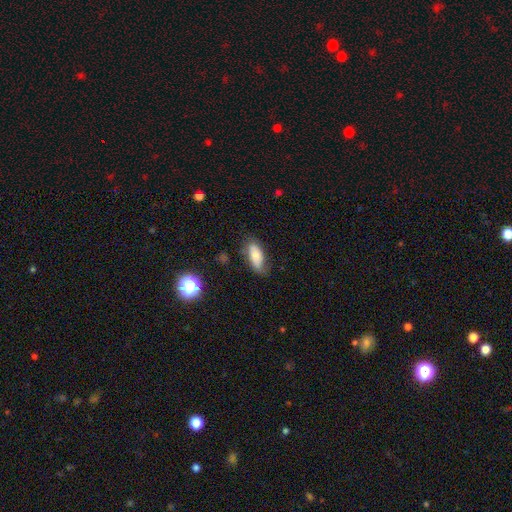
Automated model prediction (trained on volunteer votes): Overall: smooth (72%). How rounded: in between (81%). Merging: none (67%).